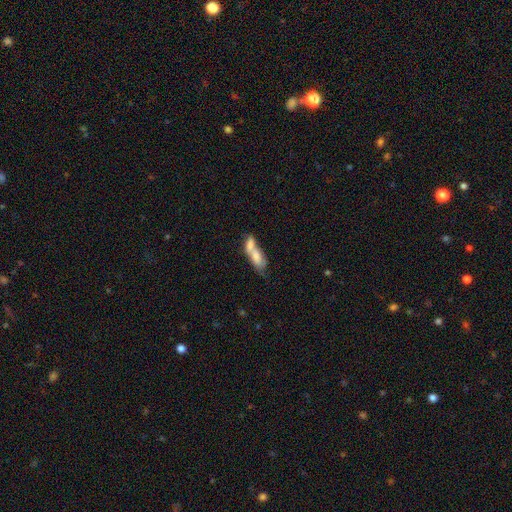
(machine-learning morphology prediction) smooth 67%, featured or disk 25%, star or artifact 8%. Down the decision tree: how rounded — in between (70%); merging — merger (69%).